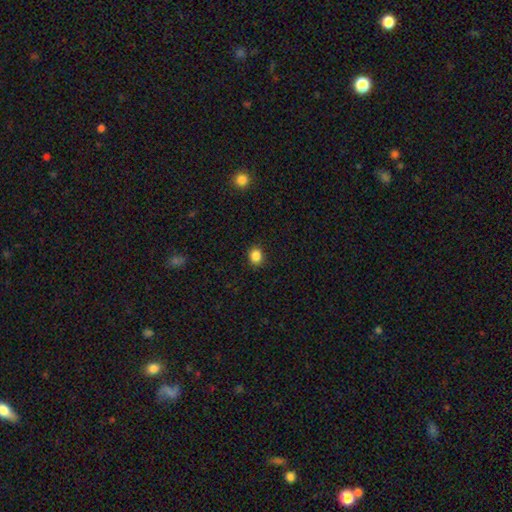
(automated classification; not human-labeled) A smooth galaxy with no disk features (86%) that is round (66%).

Vote fractions:
- Smooth or featured? smooth: 86% / star or artifact: 11% / featured or disk: 3%
- How rounded? round: 66% / in between: 34% / cigar-shaped: 1%
- Merging? none: 90% / minor disturbance: 7% / major disturbance: 2% / merger: 1%